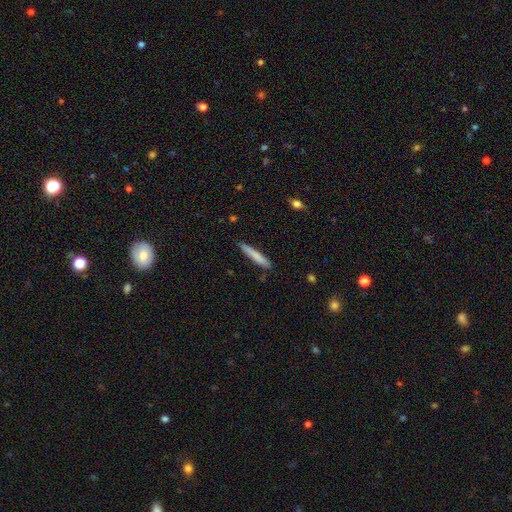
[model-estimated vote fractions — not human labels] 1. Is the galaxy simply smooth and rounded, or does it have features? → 78% smooth, 17% featured or disk, 6% star or artifact.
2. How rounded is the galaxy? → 94% cigar-shaped, 5% in between, 1% round.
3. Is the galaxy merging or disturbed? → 87% none, 10% minor disturbance, 2% major disturbance, 1% merger.